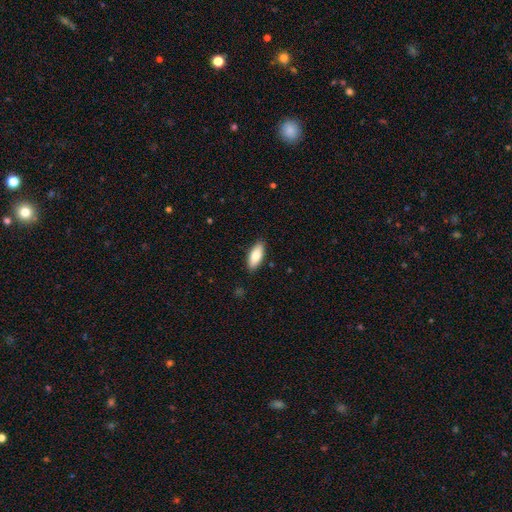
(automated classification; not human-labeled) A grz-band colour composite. It shows a smooth galaxy with no disk features (80%) that is in between round and cigar-shaped (82%). Merging: none (88%).